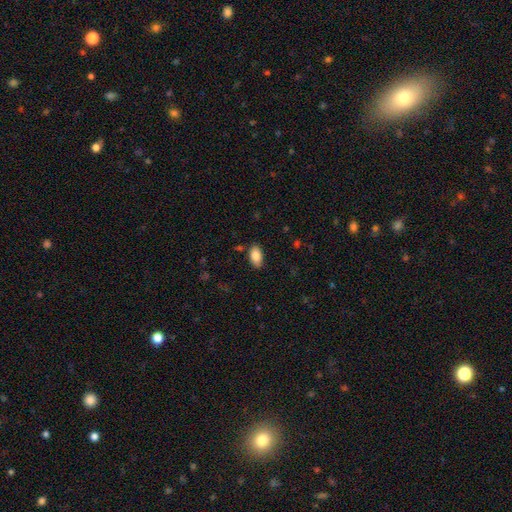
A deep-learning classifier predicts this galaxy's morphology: Q: Smooth or featured?
A: smooth (87%); runner-up: star or artifact (7%)
Q: How rounded?
A: in between (93%); runner-up: round (4%)
Q: Merging?
A: none (84%); runner-up: minor disturbance (12%)